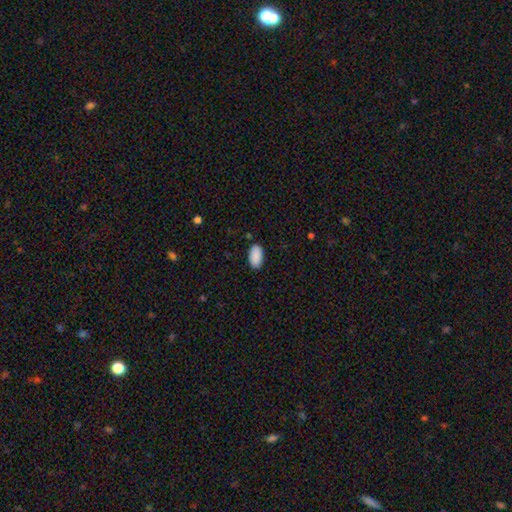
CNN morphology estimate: Q: Smooth or featured?
A: smooth (90%); runner-up: star or artifact (7%)
Q: How rounded?
A: in between (95%); runner-up: round (4%)
Q: Merging?
A: none (87%); runner-up: minor disturbance (10%)